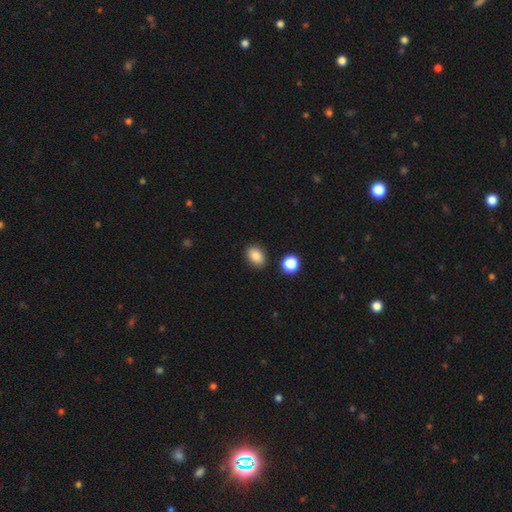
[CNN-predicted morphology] Smooth or featured? smooth (85%)
How rounded? in between (77%)
Merging? none (86%)